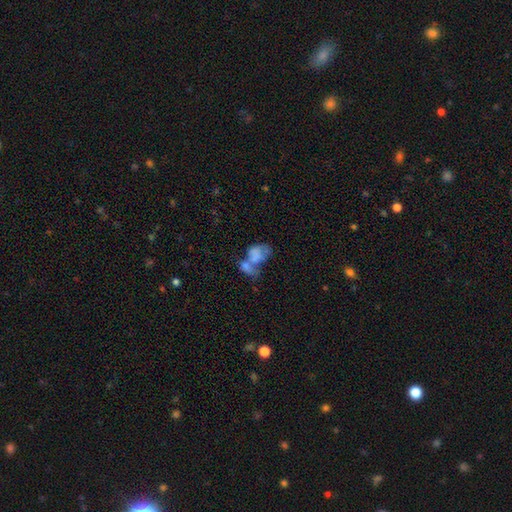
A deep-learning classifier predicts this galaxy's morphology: type=smooth (64%); roundness=in between (76%); merging=merger (66%).